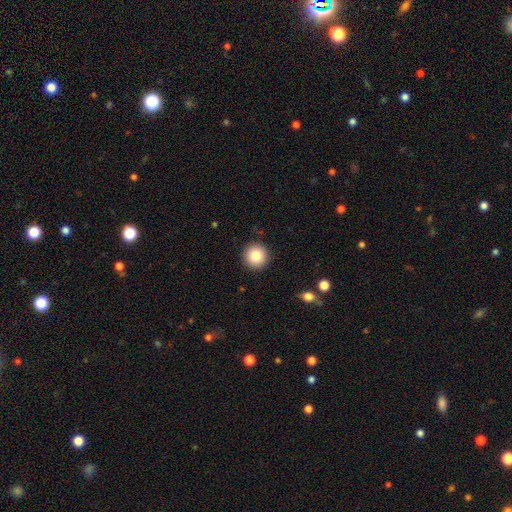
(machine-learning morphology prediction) smooth 83%, star or artifact 10%, featured or disk 8%. Down the decision tree: how rounded — round (96%); merging — none (92%).